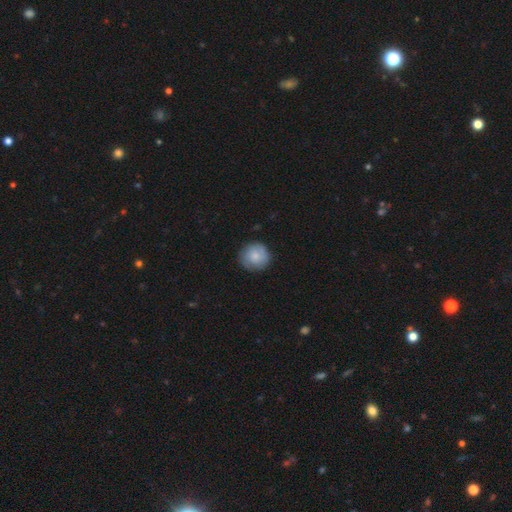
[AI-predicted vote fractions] Smooth or featured? Predicted: smooth (p=0.74). How rounded? Predicted: round (p=0.92). Merging? Predicted: none (p=0.83).